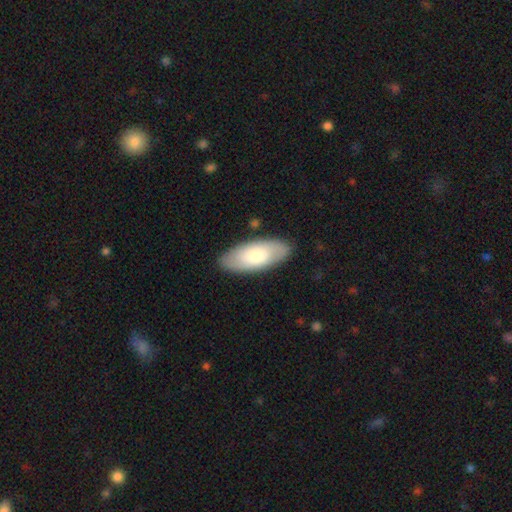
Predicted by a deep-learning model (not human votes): This appears to be a smooth galaxy with no disk features (75%) that is in between round and cigar-shaped (88%). Merging: none (85%).